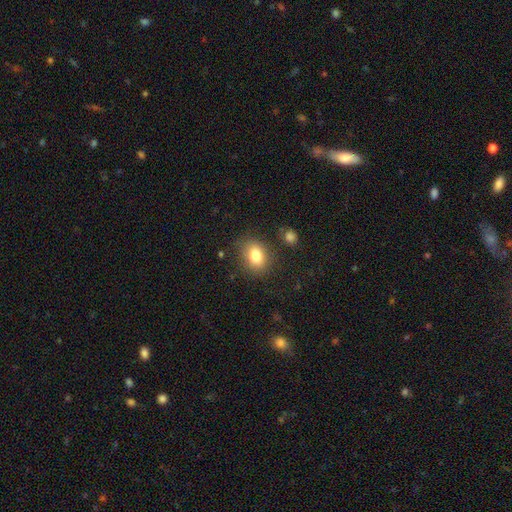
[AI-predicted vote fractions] Overall: smooth (81%). How rounded: in between (66%; round 33%). Merging: none (80%).